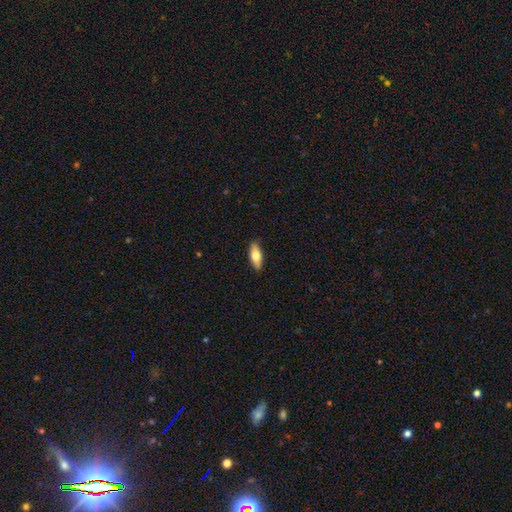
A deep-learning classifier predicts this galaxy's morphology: Smooth or featured?
  - smooth: 67% *
  - featured or disk: 27%
  - star or artifact: 6%
How rounded?
  - in between: 69% *
  - cigar-shaped: 28%
  - round: 3%
Merging?
  - none: 87% *
  - minor disturbance: 10%
  - major disturbance: 2%
  - merger: 1%